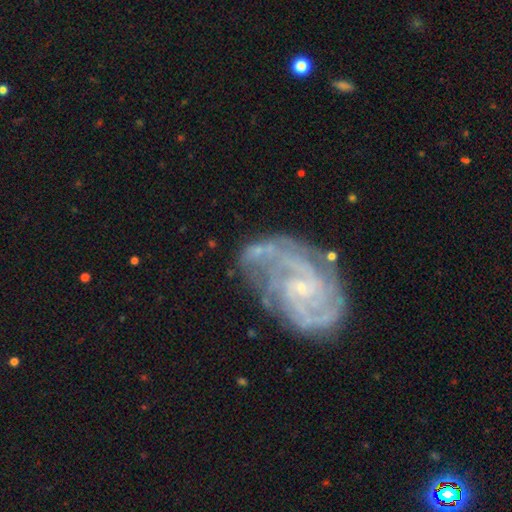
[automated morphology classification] type=featured or disk (84%); edge-on=no (98%); bar=no (59%); spiral arms=yes (94%); winding=tight (54%); arm count=2 (28%); bulge=small (77%); merging=none (56%).